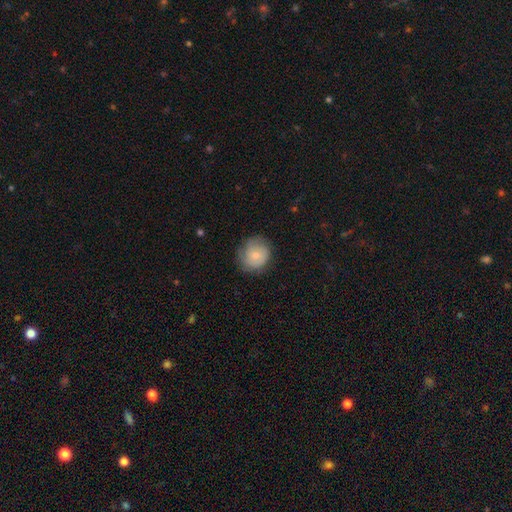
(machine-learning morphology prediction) Smooth or featured: smooth — 60% (featured or disk — 33%)
How rounded: round — 85% (in between — 14%)
Merging: none — 73% (minor disturbance — 20%)